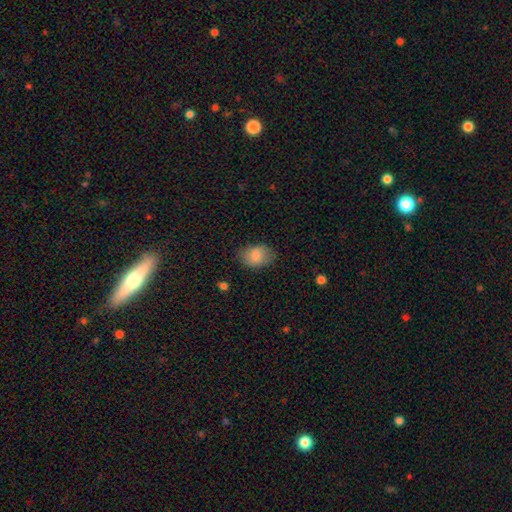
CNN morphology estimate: Smooth or featured?
  - smooth: 84% *
  - featured or disk: 9%
  - star or artifact: 7%
How rounded?
  - in between: 80% *
  - round: 19%
  - cigar-shaped: 1%
Merging?
  - none: 75% *
  - minor disturbance: 19%
  - major disturbance: 5%
  - merger: 1%